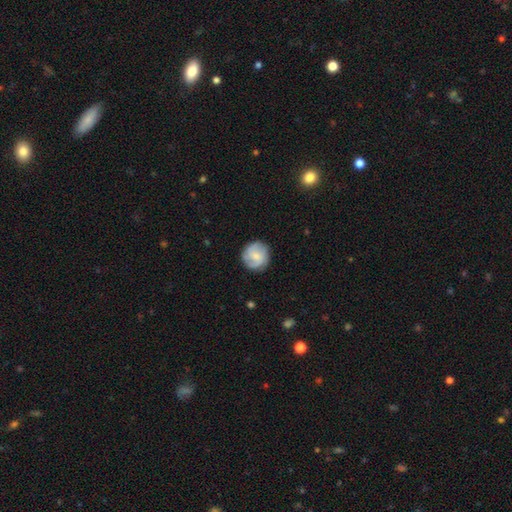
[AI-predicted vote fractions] Smooth or featured?
  - featured or disk: 48% *
  - smooth: 46%
  - star or artifact: 7%
Merging?
  - none: 83% *
  - minor disturbance: 12%
  - major disturbance: 3%
  - merger: 1%